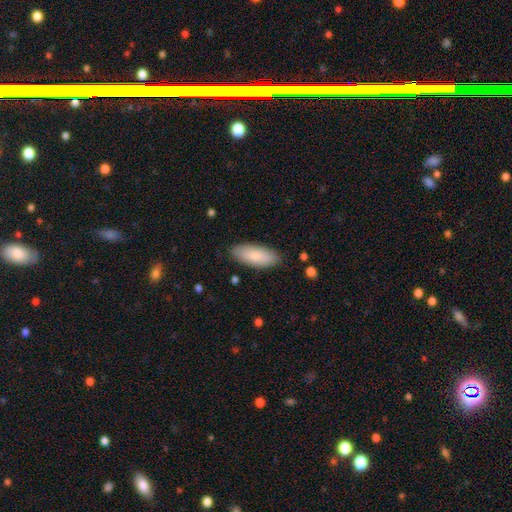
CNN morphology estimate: smooth 84%, featured or disk 11%, star or artifact 6%. Down the decision tree: how rounded — in between (79%); merging — none (86%).